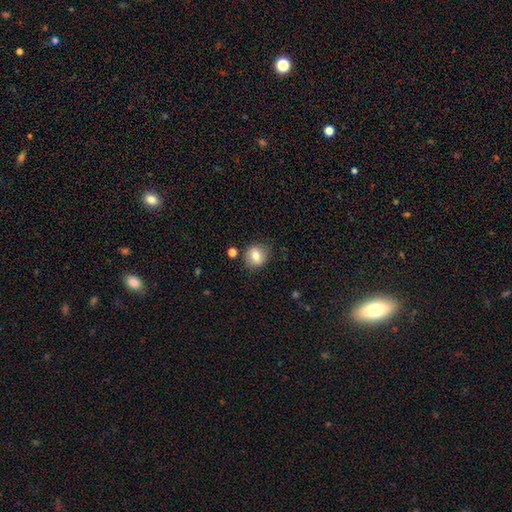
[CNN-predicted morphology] This is likely a smooth galaxy (76%). How rounded: likely round (69%). Merging: clearly none (80%).